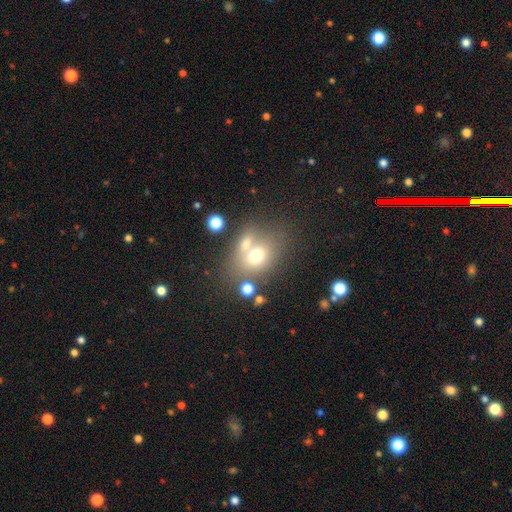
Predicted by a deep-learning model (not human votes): Smooth or featured? Predicted: smooth (p=0.65). How rounded? Predicted: in between (p=0.58). Merging? Predicted: none (p=0.41).